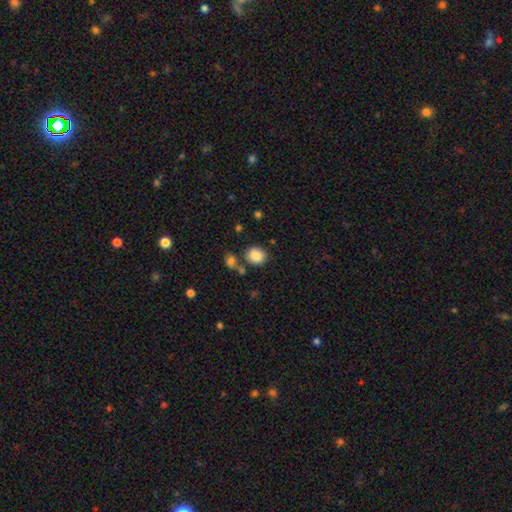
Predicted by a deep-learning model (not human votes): smooth 87%, star or artifact 9%, featured or disk 4%. Down the decision tree: how rounded — round (75%); merging — none (72%).